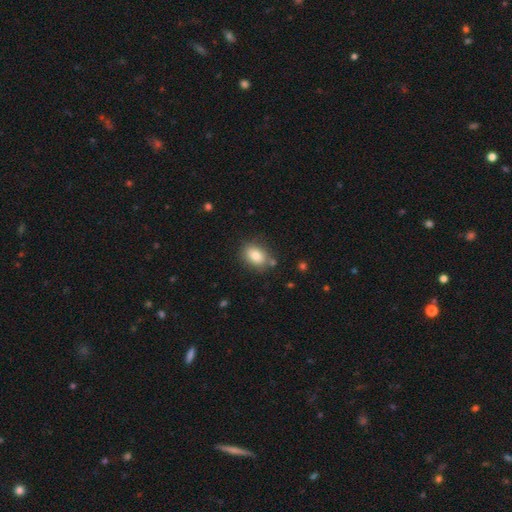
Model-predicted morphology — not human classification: Smooth or featured? Predicted: smooth (p=0.82). How rounded? Predicted: in between (p=0.77). Merging? Predicted: none (p=0.75).